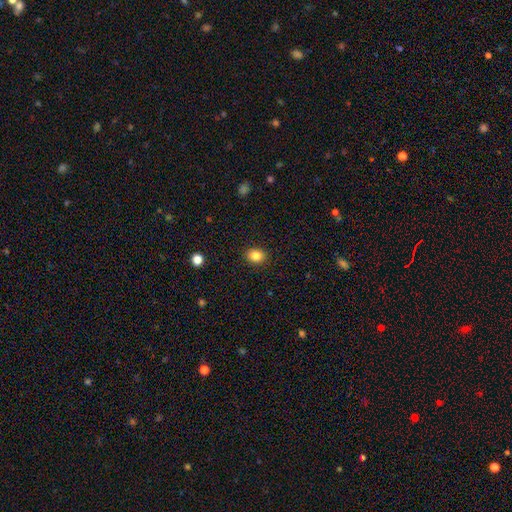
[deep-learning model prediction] This is clearly a smooth galaxy (84%). How rounded: possibly round (55%). Merging: clearly none (90%).